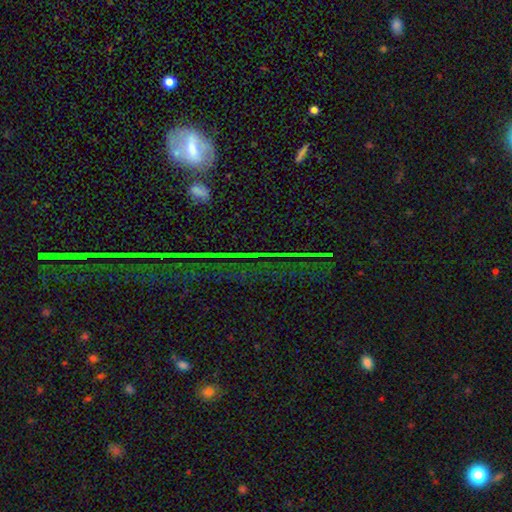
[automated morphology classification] Overall: star or artifact (69%).